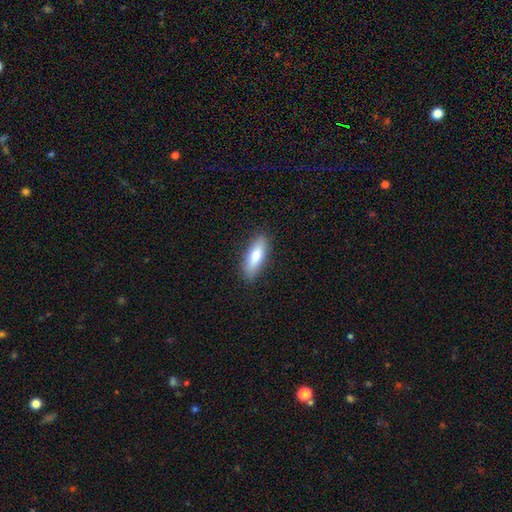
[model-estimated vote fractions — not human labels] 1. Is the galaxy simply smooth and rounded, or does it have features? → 77% smooth, 17% featured or disk, 6% star or artifact.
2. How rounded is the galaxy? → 55% in between, 43% cigar-shaped, 2% round.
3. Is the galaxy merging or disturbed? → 88% none, 9% minor disturbance, 2% major disturbance, 1% merger.